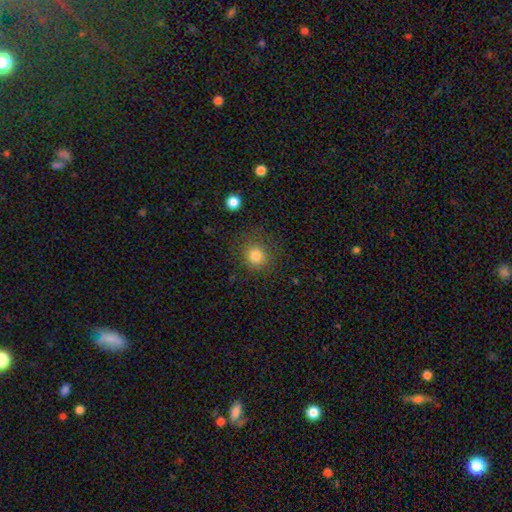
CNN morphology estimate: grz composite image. It shows a smooth galaxy with no disk features (82%) that is round (88%). Merging: none (81%).